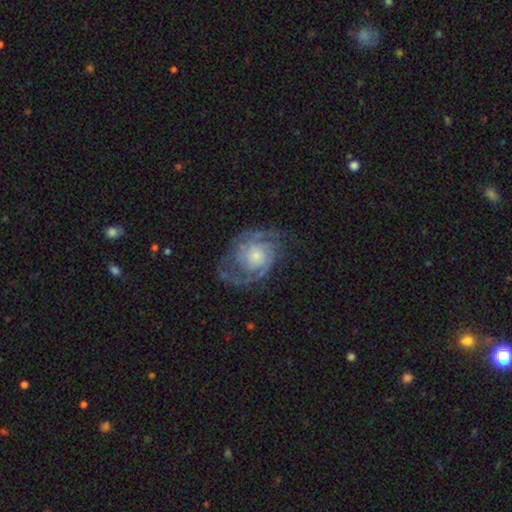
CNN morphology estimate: featured or disk 83%, smooth 11%, star or artifact 6%. Down the decision tree: edge-on disk — no (97%); bar — no (76%); spiral arms — yes (94%); spiral arm count — 2 (66%); spiral winding — medium (44%); bulge size — small (50%); merging — none (67%).